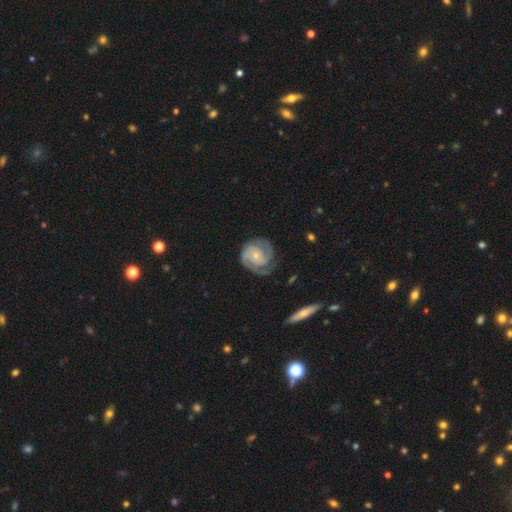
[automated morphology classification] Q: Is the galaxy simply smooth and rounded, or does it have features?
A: featured or disk — 87%.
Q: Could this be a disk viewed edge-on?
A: no — 98%.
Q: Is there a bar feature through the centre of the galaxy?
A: no — 71%.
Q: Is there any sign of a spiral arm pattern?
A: yes — 97%.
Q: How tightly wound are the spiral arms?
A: tight — 64%.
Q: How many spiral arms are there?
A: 2 — 57%.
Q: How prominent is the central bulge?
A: small — 69%.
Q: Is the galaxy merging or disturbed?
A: none — 71%.